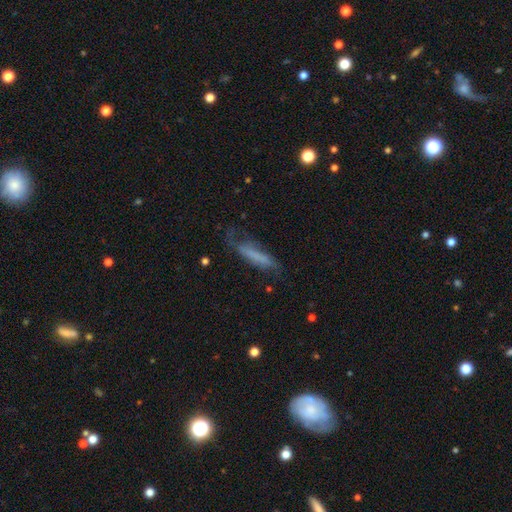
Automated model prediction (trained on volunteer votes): Smooth or featured? smooth (53%)
How rounded? cigar-shaped (76%)
Merging? none (48%)